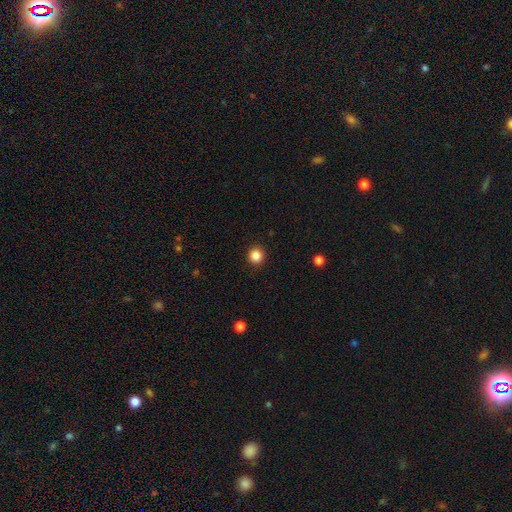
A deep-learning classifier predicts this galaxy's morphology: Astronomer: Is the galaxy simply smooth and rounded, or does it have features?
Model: smooth — 86%.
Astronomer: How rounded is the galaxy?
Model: round — 93%.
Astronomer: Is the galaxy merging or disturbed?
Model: none — 93%.